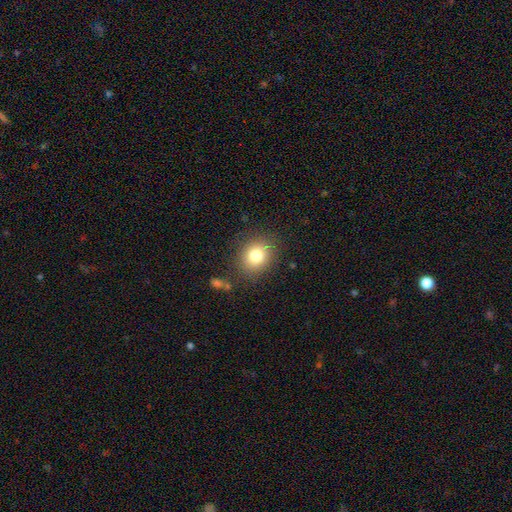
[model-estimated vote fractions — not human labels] Smooth or featured?
  - smooth: 78% *
  - star or artifact: 12%
  - featured or disk: 10%
How rounded?
  - round: 69% *
  - in between: 30%
  - cigar-shaped: 1%
Merging?
  - none: 84% *
  - minor disturbance: 10%
  - major disturbance: 4%
  - merger: 2%